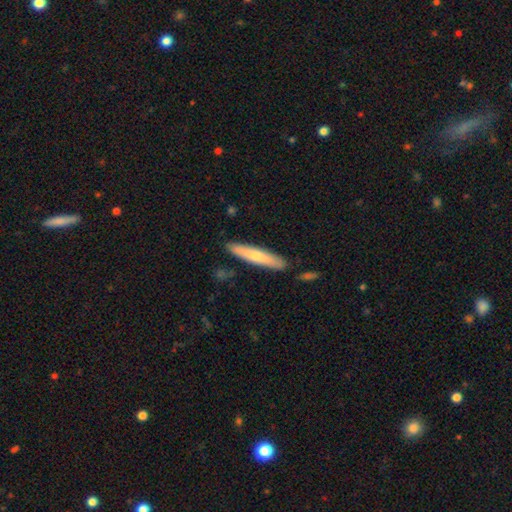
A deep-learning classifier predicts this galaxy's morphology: This is likely a smooth galaxy (68%). How rounded: clearly cigar-shaped (90%). Merging: clearly none (86%).